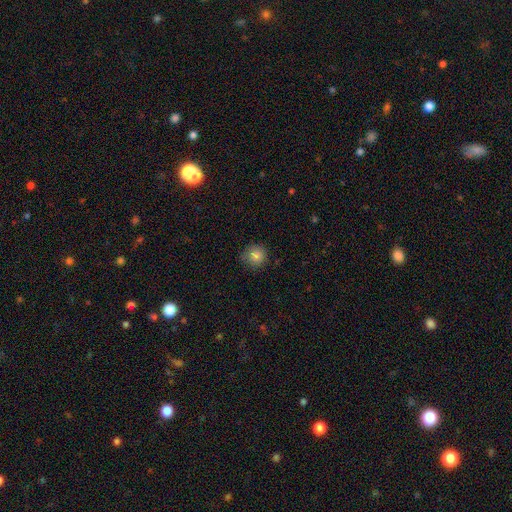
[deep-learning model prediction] This is clearly a smooth galaxy (83%). How rounded: clearly round (92%). Merging: clearly none (81%).